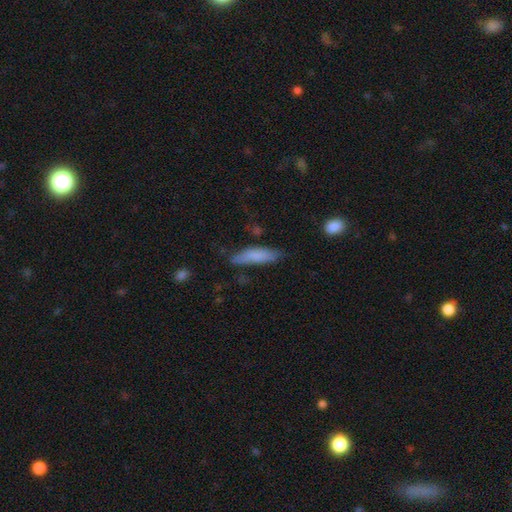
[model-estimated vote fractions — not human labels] Smooth or featured? smooth (79%)
How rounded? cigar-shaped (68%)
Merging? none (69%)